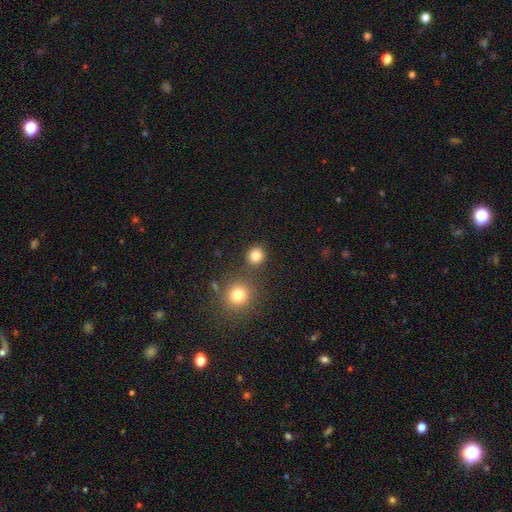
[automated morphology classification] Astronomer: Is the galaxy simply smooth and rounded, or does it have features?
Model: smooth — 83%.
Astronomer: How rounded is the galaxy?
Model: round — 81%.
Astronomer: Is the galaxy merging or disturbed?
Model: none — 79%.